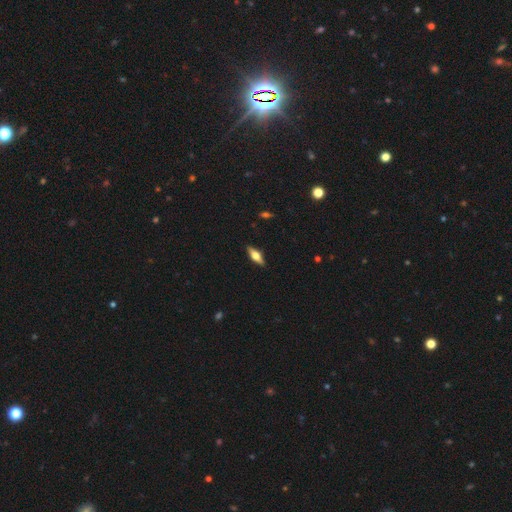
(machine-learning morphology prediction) type=featured or disk (49%); merging=none (89%).